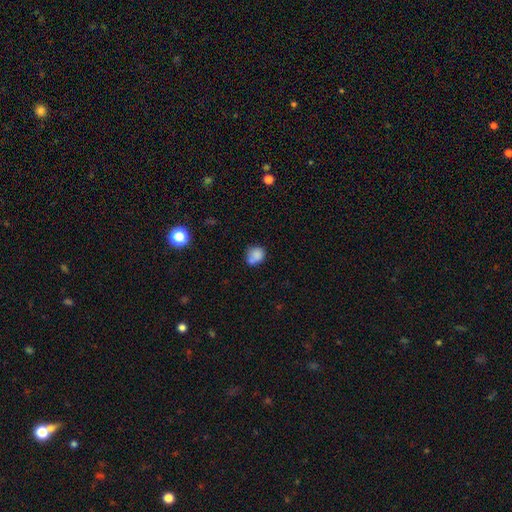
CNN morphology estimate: Smooth or featured?
  - smooth: 80% *
  - star or artifact: 10%
  - featured or disk: 9%
How rounded?
  - round: 67% *
  - in between: 32%
  - cigar-shaped: 1%
Merging?
  - none: 50% *
  - minor disturbance: 22%
  - merger: 21%
  - major disturbance: 7%